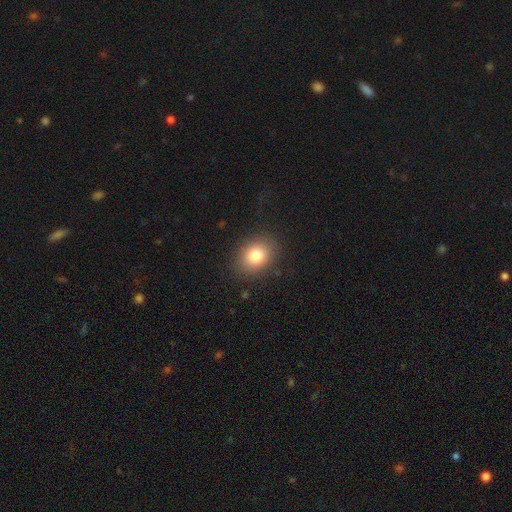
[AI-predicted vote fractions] Smooth or featured: smooth — 81% (star or artifact — 10%)
How rounded: in between — 51% (round — 48%)
Merging: none — 86% (minor disturbance — 9%)